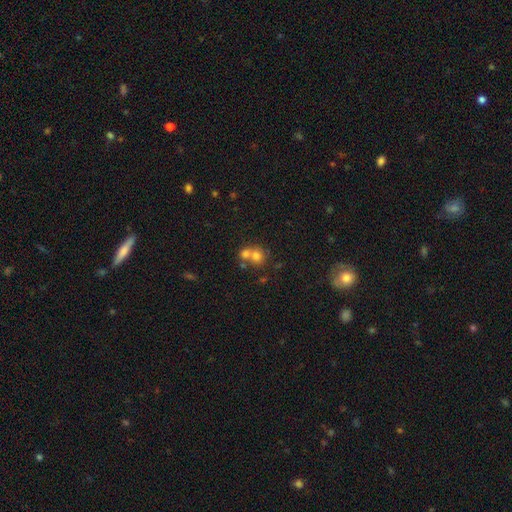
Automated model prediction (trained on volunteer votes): smooth 72%, featured or disk 15%, star or artifact 13%. Down the decision tree: how rounded — round (81%); merging — merger (57%).